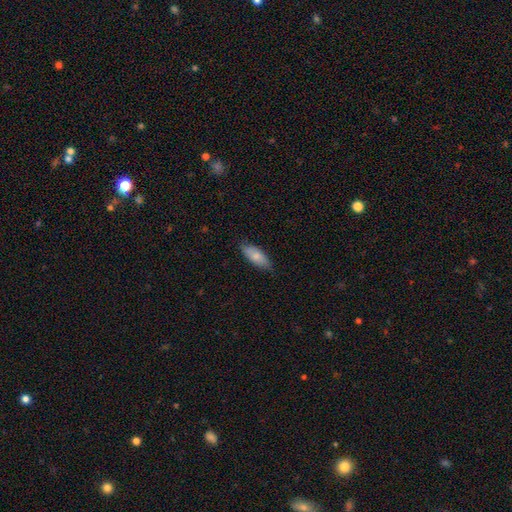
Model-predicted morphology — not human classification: type=smooth (77%); roundness=in between (79%); merging=none (78%).